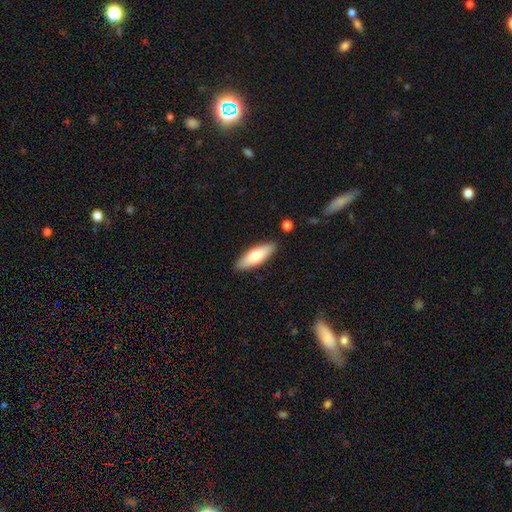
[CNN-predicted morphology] Q: Smooth or featured?
A: smooth (65%); runner-up: featured or disk (29%)
Q: How rounded?
A: in between (51%); runner-up: cigar-shaped (47%)
Q: Merging?
A: none (87%); runner-up: minor disturbance (9%)